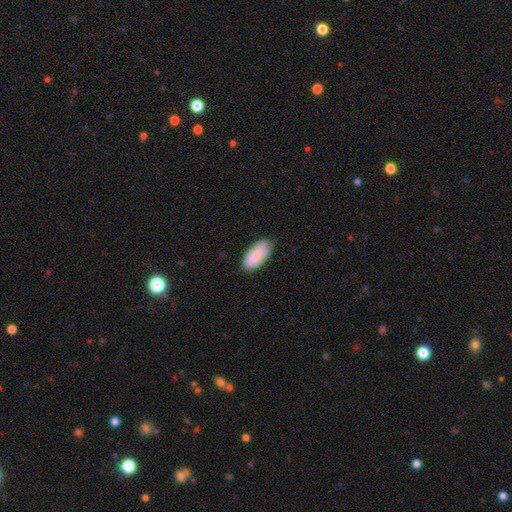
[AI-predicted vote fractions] Smooth or featured?
  - smooth: 86% *
  - featured or disk: 8%
  - star or artifact: 6%
How rounded?
  - in between: 92% *
  - cigar-shaped: 6%
  - round: 2%
Merging?
  - none: 64% *
  - minor disturbance: 30%
  - major disturbance: 5%
  - merger: 1%